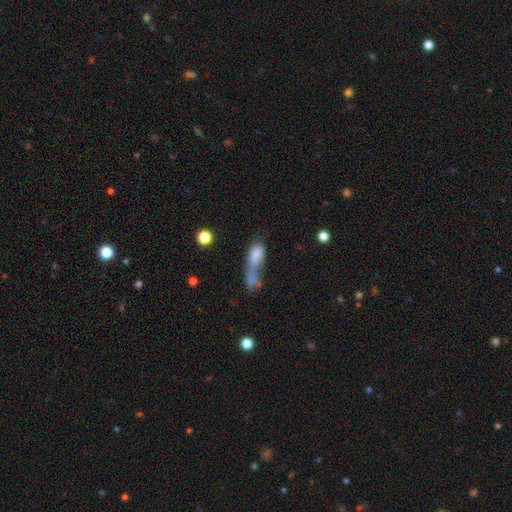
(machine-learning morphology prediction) Smooth or featured? smooth (70%)
How rounded? in between (71%)
Merging? merger (47%)